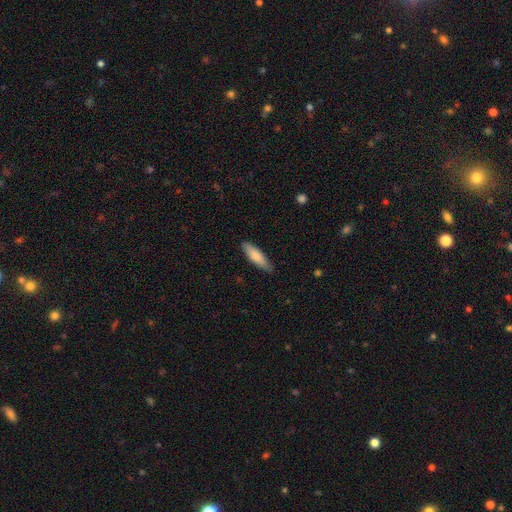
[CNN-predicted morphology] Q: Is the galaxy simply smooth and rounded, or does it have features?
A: smooth — 79%.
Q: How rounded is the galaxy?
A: cigar-shaped — 64%.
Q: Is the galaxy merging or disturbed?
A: none — 83%.